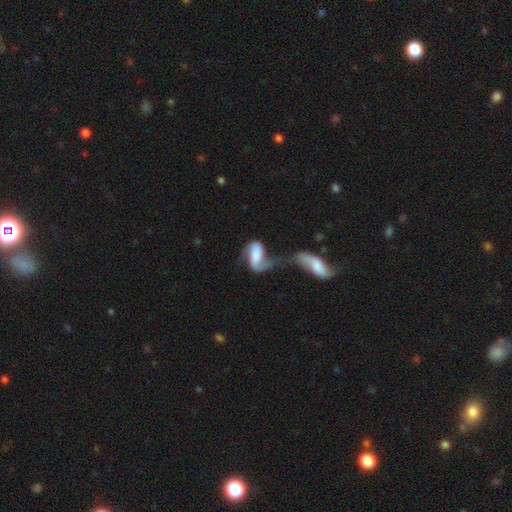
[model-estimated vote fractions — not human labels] Smooth or featured? Predicted: featured or disk (p=0.49). Merging? Predicted: merger (p=0.62).